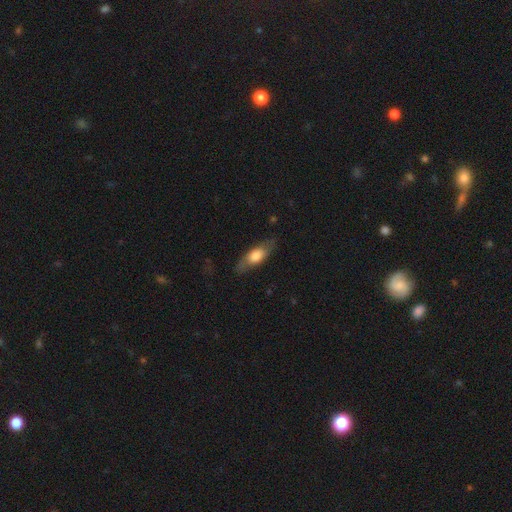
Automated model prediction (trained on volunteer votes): A smooth galaxy with no disk features (59%) that is in between round and cigar-shaped (64%).

Vote fractions:
- Smooth or featured? smooth: 59% / featured or disk: 35% / star or artifact: 6%
- How rounded? in between: 64% / cigar-shaped: 32% / round: 4%
- Merging? none: 78% / minor disturbance: 16% / major disturbance: 5% / merger: 1%